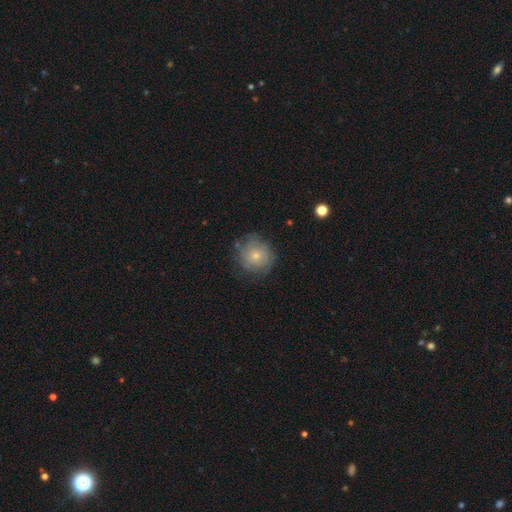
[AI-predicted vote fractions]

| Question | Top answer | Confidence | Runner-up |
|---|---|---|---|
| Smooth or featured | smooth | 50% | featured or disk (41%) |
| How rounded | round | 89% | in between (10%) |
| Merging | none | 71% | minor disturbance (19%) |